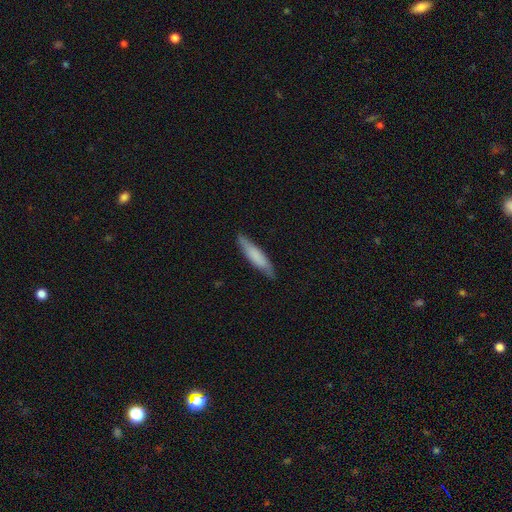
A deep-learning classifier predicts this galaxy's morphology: smooth 72%, featured or disk 23%, star or artifact 5%. Down the decision tree: how rounded — cigar-shaped (84%); merging — none (83%).